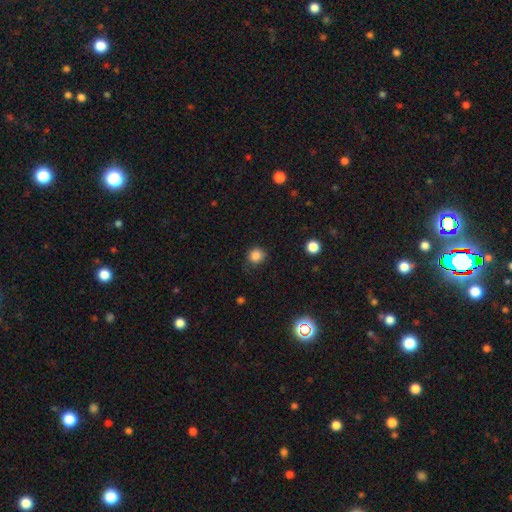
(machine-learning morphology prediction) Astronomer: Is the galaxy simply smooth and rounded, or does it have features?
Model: smooth — 84%.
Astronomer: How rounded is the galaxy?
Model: round — 87%.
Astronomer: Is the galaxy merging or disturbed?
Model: none — 75%.